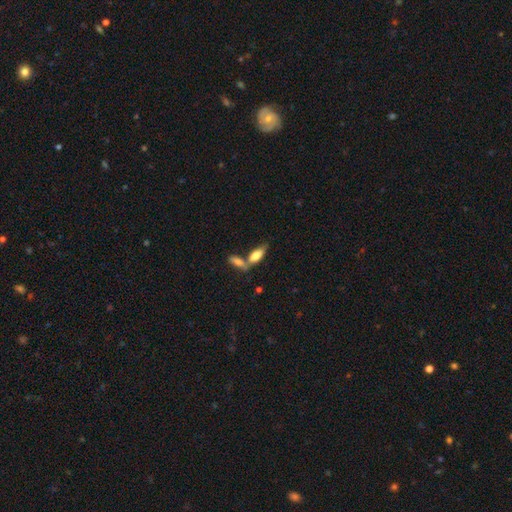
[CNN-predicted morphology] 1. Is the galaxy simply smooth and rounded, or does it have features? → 73% smooth, 21% featured or disk, 7% star or artifact.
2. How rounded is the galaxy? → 73% in between, 25% cigar-shaped, 2% round.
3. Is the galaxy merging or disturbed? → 44% merger, 42% none, 11% minor disturbance, 4% major disturbance.